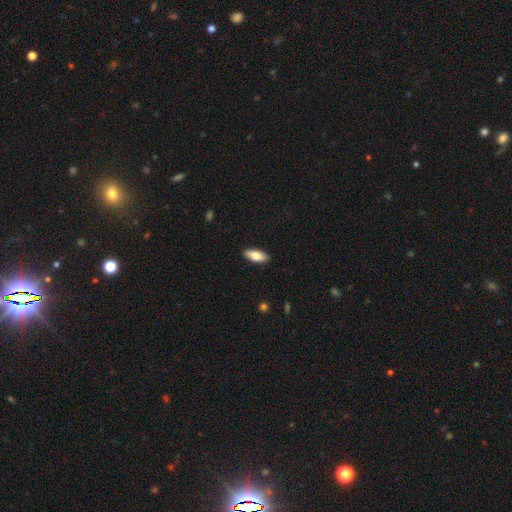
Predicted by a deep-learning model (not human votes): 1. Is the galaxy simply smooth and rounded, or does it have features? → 80% smooth, 14% featured or disk, 6% star or artifact.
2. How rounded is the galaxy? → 83% in between, 15% cigar-shaped, 2% round.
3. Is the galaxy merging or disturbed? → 89% none, 8% minor disturbance, 2% major disturbance, 1% merger.